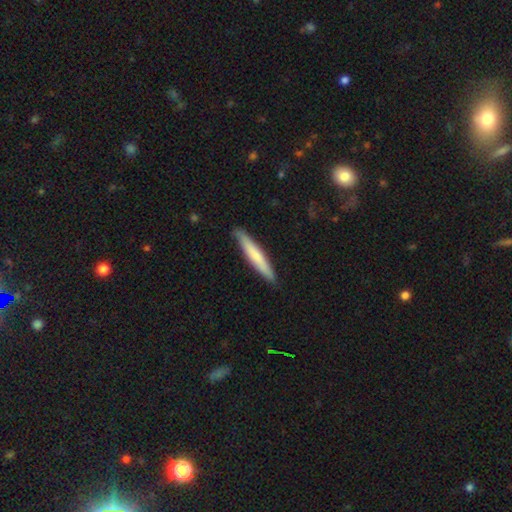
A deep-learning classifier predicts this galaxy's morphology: type=smooth (66%); roundness=cigar-shaped (94%); merging=none (89%).